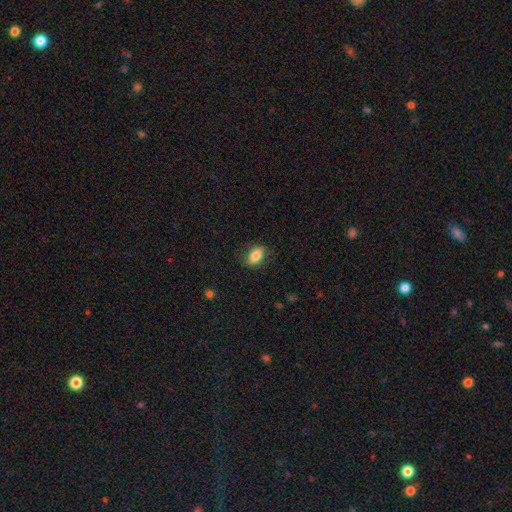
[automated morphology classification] smooth_or_featured: smooth (p=0.83) [alt: featured or disk p=0.10]
how_rounded: in between (p=0.87) [alt: round p=0.09]
merging: none (p=0.81) [alt: minor disturbance p=0.14]